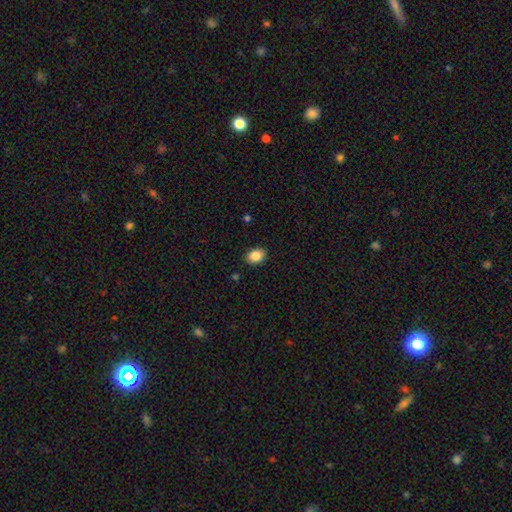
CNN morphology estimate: smooth-or-featured: smooth: 86% | star or artifact: 8% | featured or disk: 5%
  how-rounded: in between: 68% | round: 31% | cigar-shaped: 1%
  merging: none: 89% | minor disturbance: 8% | major disturbance: 2% | merger: 1%